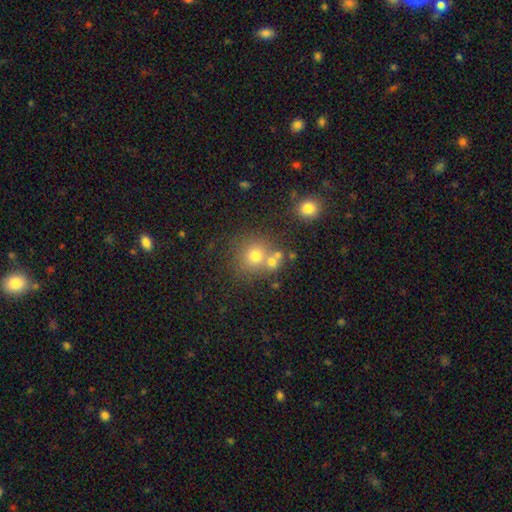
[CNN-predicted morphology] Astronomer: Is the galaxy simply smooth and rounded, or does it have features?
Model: smooth — 71%.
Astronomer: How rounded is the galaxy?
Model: round — 87%.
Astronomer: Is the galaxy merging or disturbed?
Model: none — 58%.